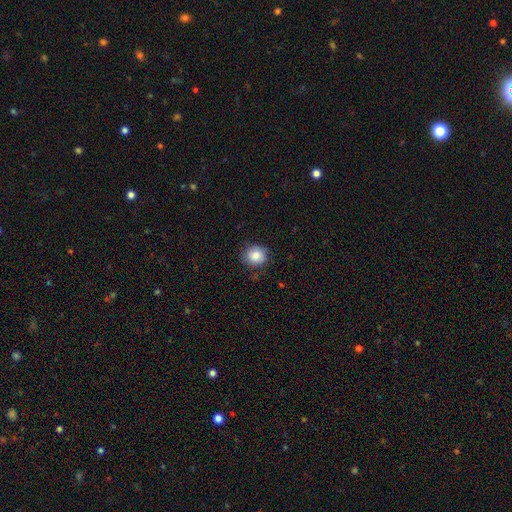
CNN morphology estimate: The model was most divided on "how rounded": round: 80%, in between: 19%, cigar-shaped: 1%. More confident: smooth or featured — smooth (83%); merging — none (79%).